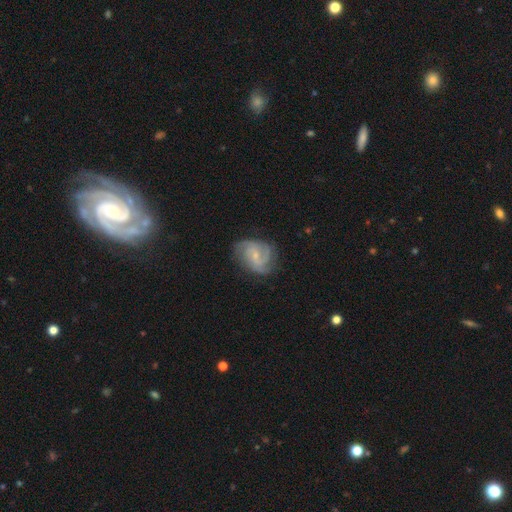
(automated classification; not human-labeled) Q: Smooth or featured?
A: featured or disk (83%); runner-up: smooth (11%)
Q: Edge-on disk?
A: no (98%); runner-up: yes (2%)
Q: Bar?
A: weak (49%); runner-up: no (42%)
Q: Spiral arms?
A: yes (96%); runner-up: no (4%)
Q: Spiral winding?
A: medium (46%); runner-up: tight (41%)
Q: Spiral arm count?
A: 2 (35%); runner-up: 3 (34%)
Q: Bulge size?
A: small (68%); runner-up: moderate (25%)
Q: Merging?
A: none (73%); runner-up: minor disturbance (19%)